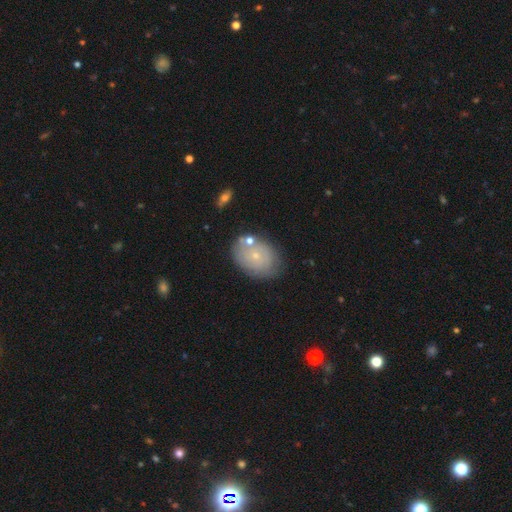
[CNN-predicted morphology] The model was most divided on "smooth or featured": smooth: 47%, featured or disk: 44%, star or artifact: 9%. More confident: merging — none (69%).